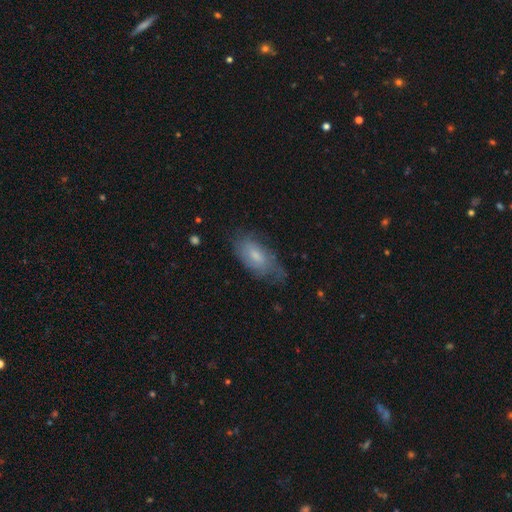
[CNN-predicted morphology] This is possibly a smooth galaxy (53%). How rounded: clearly in between (87%). Merging: possibly none (58%).